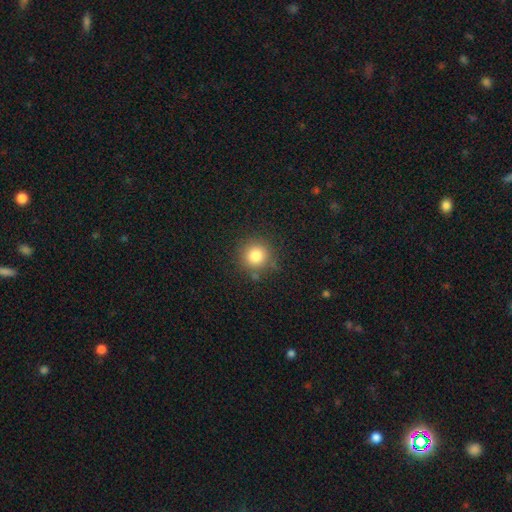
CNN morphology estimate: Smooth or featured? Predicted: smooth (p=0.82). How rounded? Predicted: round (p=0.94). Merging? Predicted: none (p=0.83).